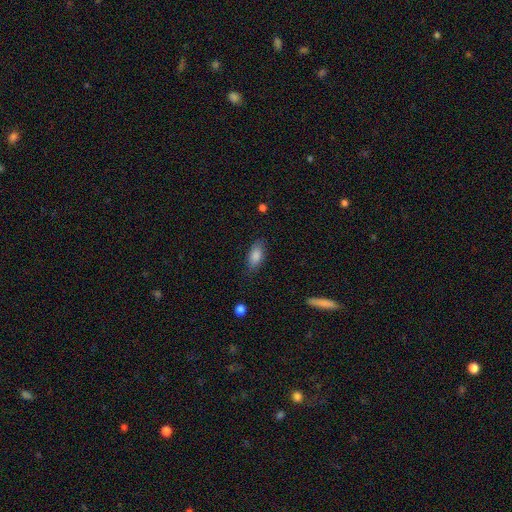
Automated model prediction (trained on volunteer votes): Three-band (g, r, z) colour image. It shows a smooth galaxy with no disk features (86%) that is in between round and cigar-shaped (87%). Merging: none (79%).